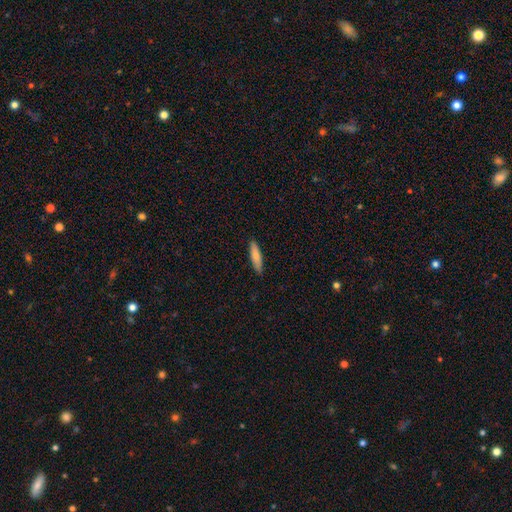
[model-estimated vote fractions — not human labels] Morphology: type=smooth (81%); roundness=cigar-shaped (75%); merging=none (89%).